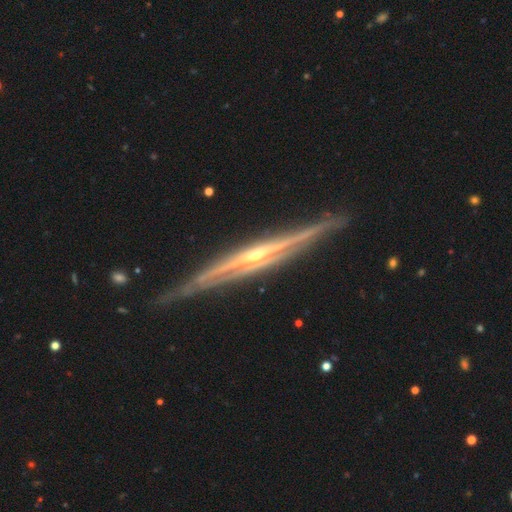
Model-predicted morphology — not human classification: Q: Smooth or featured?
A: featured or disk (90%); runner-up: smooth (5%)
Q: Edge-on disk?
A: yes (97%); runner-up: no (3%)
Q: Edge-on bulge?
A: rounded (67%); runner-up: none (21%)
Q: Merging?
A: none (84%); runner-up: minor disturbance (12%)